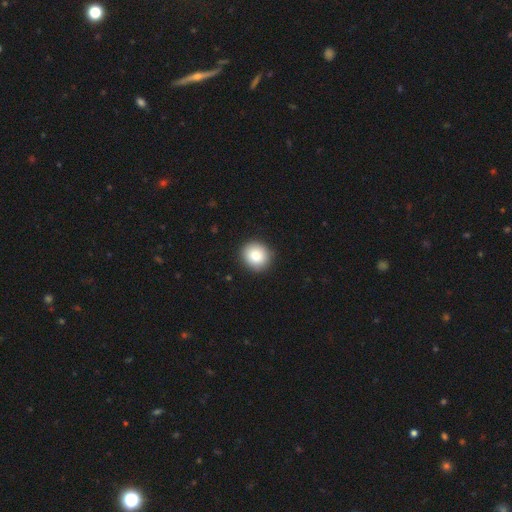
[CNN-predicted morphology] Overall: smooth (84%). How rounded: round (87%). Merging: none (90%).